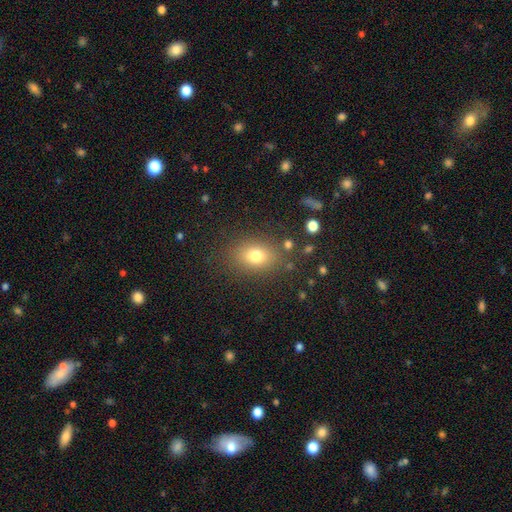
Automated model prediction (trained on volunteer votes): This appears to be a smooth galaxy with no disk features (77%) that is in between round and cigar-shaped (69%). Merging: none (82%).